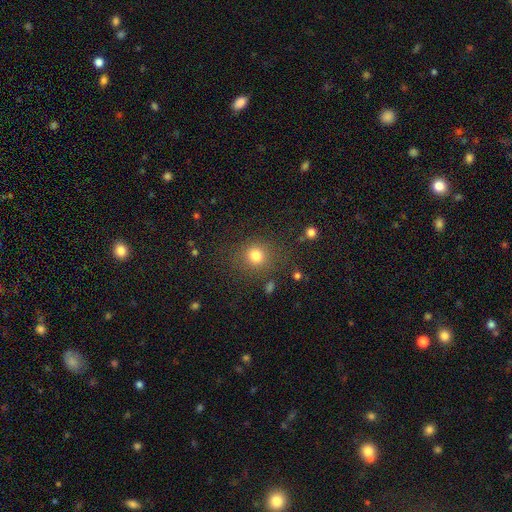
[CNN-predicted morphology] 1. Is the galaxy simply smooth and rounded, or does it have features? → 79% smooth, 14% star or artifact, 6% featured or disk.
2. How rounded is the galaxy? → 85% round, 14% in between, 1% cigar-shaped.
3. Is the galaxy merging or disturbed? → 80% none, 11% minor disturbance, 5% major disturbance, 3% merger.